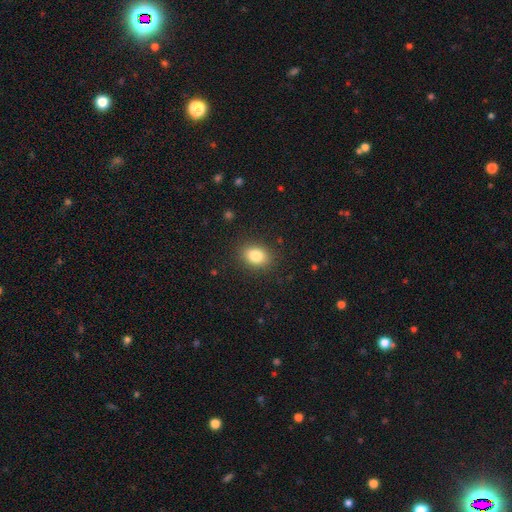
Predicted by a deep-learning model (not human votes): This is clearly a smooth galaxy (83%). How rounded: likely in between (64%). Merging: clearly none (86%).